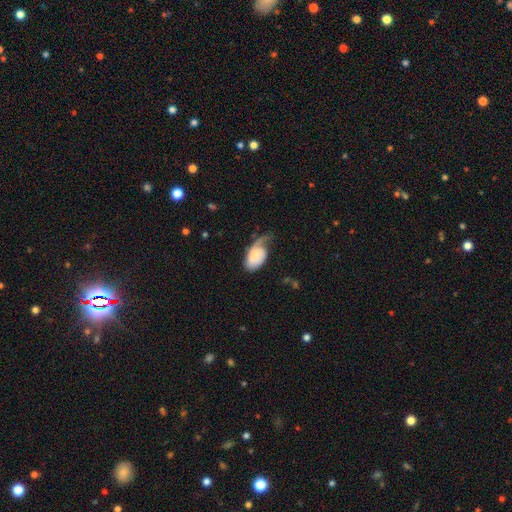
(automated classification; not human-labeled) Smooth or featured?
  - smooth: 53% *
  - featured or disk: 41%
  - star or artifact: 6%
How rounded?
  - in between: 92% *
  - round: 7%
  - cigar-shaped: 2%
Merging?
  - major disturbance: 39% *
  - minor disturbance: 33%
  - none: 25%
  - merger: 3%